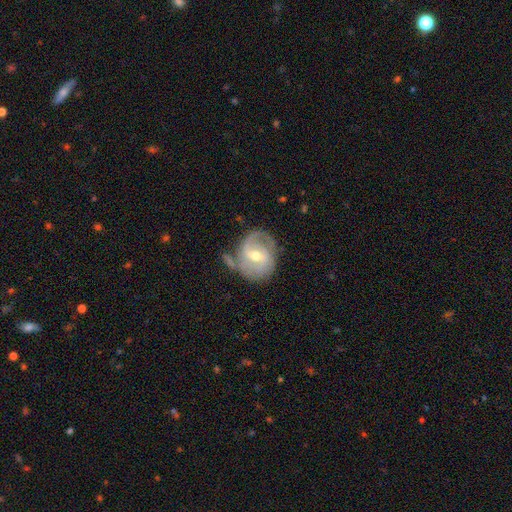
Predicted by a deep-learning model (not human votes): smooth_or_featured: featured or disk (p=0.77) [alt: smooth p=0.17]
disk_edge_on: no (p=0.97) [alt: yes p=0.03]
bar: weak (p=0.54) [alt: strong p=0.23]
has_spiral_arms: yes (p=0.88) [alt: no p=0.12]
spiral_winding: medium (p=0.42) [alt: tight p=0.39]
spiral_arm_count: 2 (p=0.66) [alt: can't tell p=0.15]
bulge_size: moderate (p=0.61) [alt: small p=0.34]
merging: none (p=0.54) [alt: minor disturbance p=0.24]